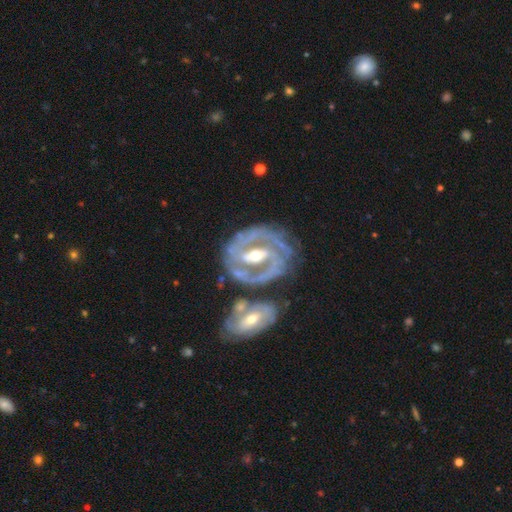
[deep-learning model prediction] This is clearly a featured or disk galaxy (89%). It is clearly not viewed edge-on (96%). Bar: possibly strong (55%). Spiral arm pattern: clearly yes (90%). Spiral arm count: likely 2 (67%). Spiral winding: possibly tight (58%). Central bulge: likely moderate (66%). Merging: possibly none (60%).